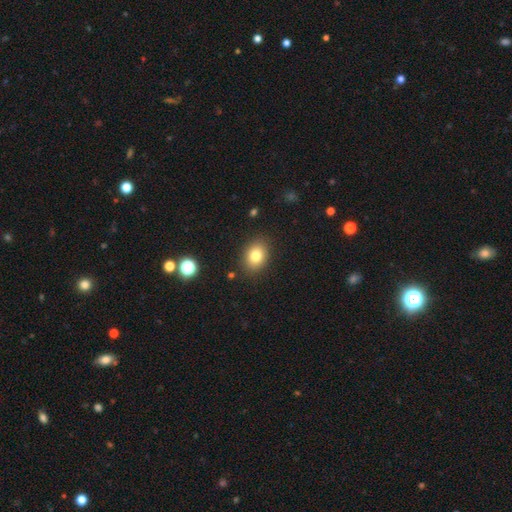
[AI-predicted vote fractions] This appears to be a smooth galaxy with no disk features (80%) that is in between round and cigar-shaped (60%). Merging: none (87%).